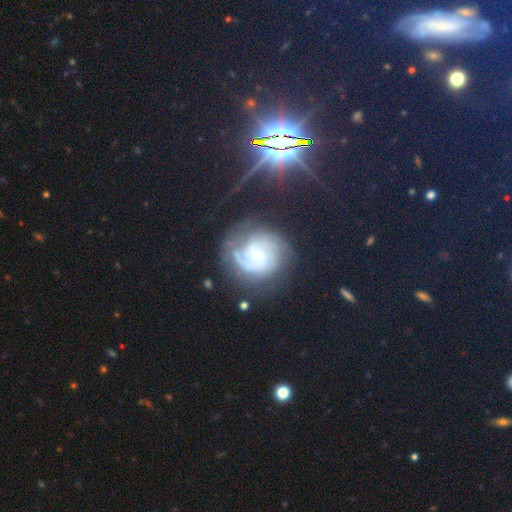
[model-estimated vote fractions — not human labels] featured or disk 81%, star or artifact 10%, smooth 9%. Down the decision tree: edge-on disk — no (98%); bar — no (72%); spiral arms — yes (96%); spiral arm count — 2 (33%); spiral winding — tight (62%); bulge size — small (55%); merging — none (71%).